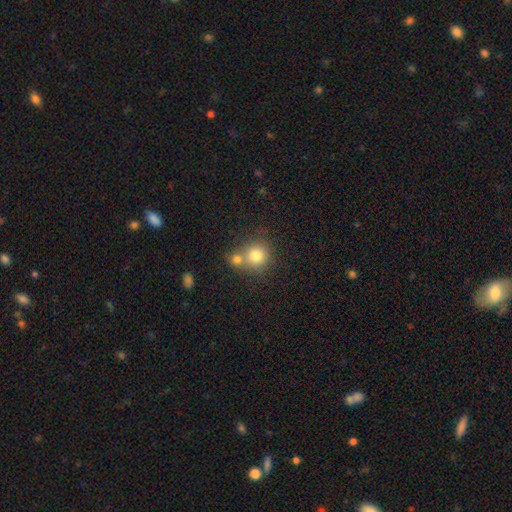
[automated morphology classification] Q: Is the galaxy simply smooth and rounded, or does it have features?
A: smooth — 79%.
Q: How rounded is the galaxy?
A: round — 89%.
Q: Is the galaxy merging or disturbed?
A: none — 49%.